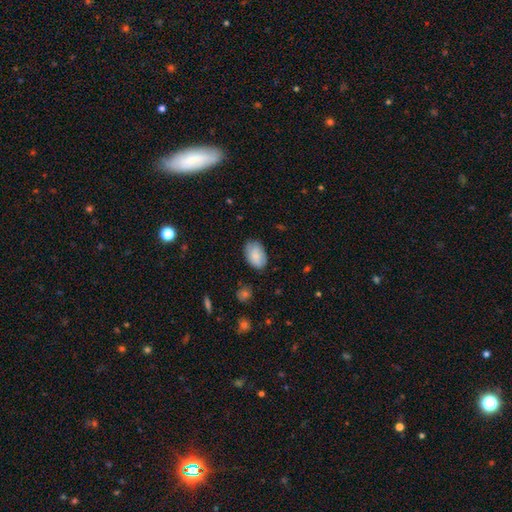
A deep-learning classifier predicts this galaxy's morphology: smooth 80%, featured or disk 14%, star or artifact 7%. Down the decision tree: how rounded — in between (89%); merging — none (74%).